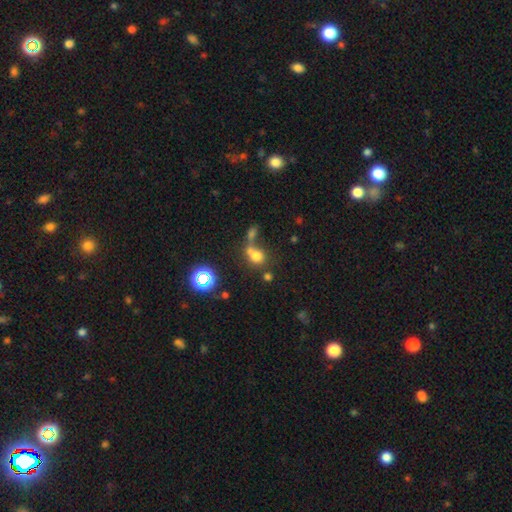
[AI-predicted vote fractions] Q: Smooth or featured?
A: smooth (66%); runner-up: star or artifact (20%)
Q: How rounded?
A: round (73%); runner-up: in between (25%)
Q: Merging?
A: merger (46%); runner-up: none (35%)